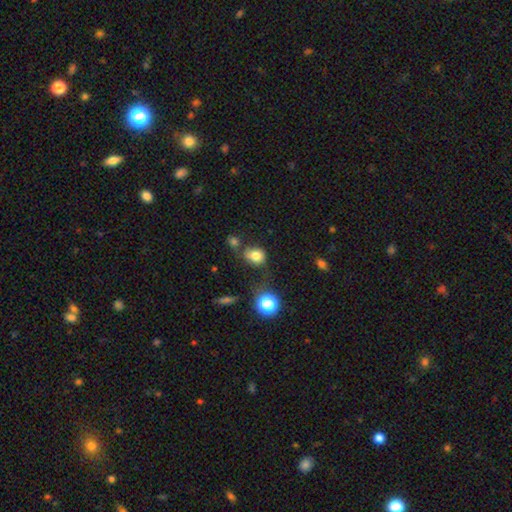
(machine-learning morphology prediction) This is likely a smooth galaxy (78%). How rounded: possibly round (56%). Merging: possibly none (57%).